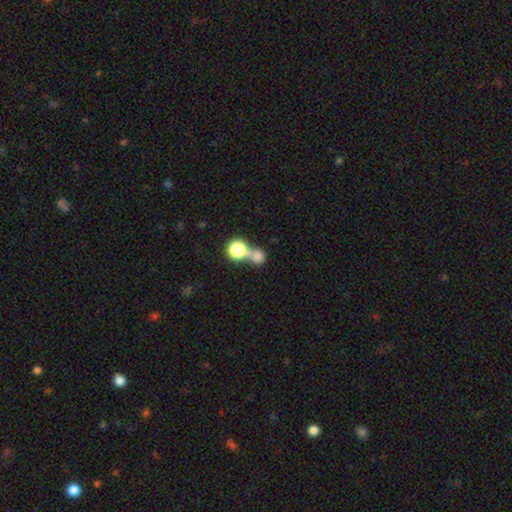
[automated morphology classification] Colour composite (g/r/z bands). It shows a smooth galaxy with no disk features (73%) that is round (81%). Merging: merger (50%).